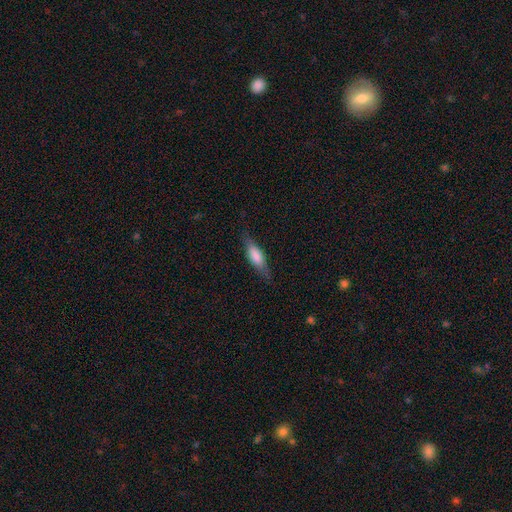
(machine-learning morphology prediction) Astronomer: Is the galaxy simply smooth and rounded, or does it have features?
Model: smooth — 68%.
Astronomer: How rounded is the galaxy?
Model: in between — 50% (runner-up: cigar-shaped, 48%).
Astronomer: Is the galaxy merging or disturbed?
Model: none — 78%.